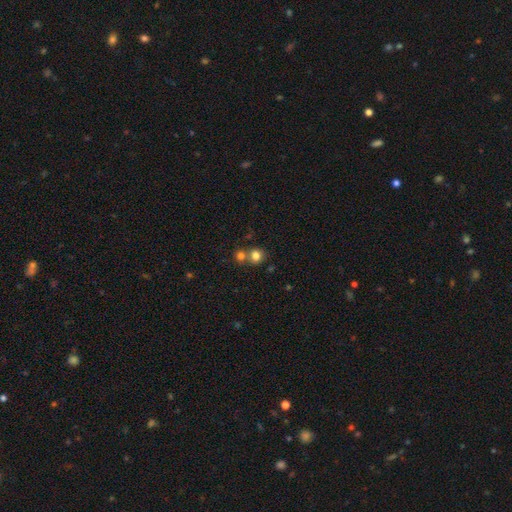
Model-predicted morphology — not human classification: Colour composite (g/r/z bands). It shows a smooth galaxy with no disk features (80%) that is round (80%). Merging: none (51%).